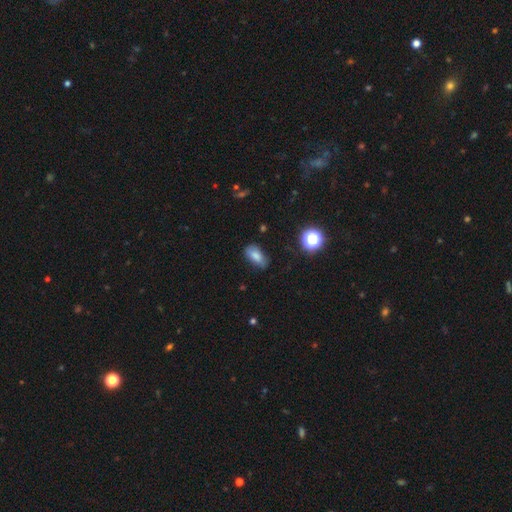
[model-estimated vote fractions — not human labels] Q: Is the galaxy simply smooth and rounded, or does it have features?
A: smooth — 79%.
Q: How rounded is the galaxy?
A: in between — 87%.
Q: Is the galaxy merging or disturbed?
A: none — 68%.